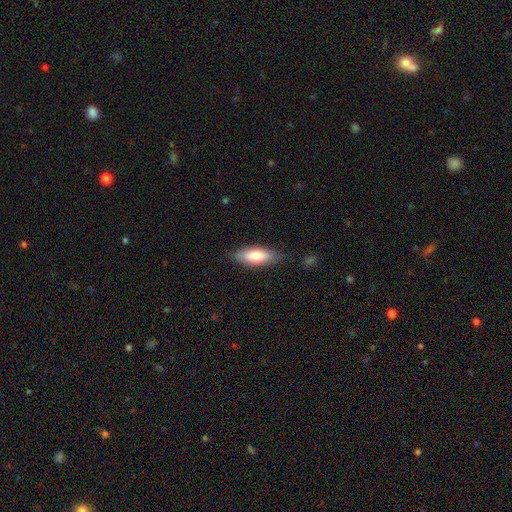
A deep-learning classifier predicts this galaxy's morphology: smooth-or-featured: smooth: 77% | featured or disk: 17% | star or artifact: 6%
  how-rounded: in between: 69% | cigar-shaped: 29% | round: 2%
  merging: none: 81% | minor disturbance: 15% | major disturbance: 3% | merger: 1%